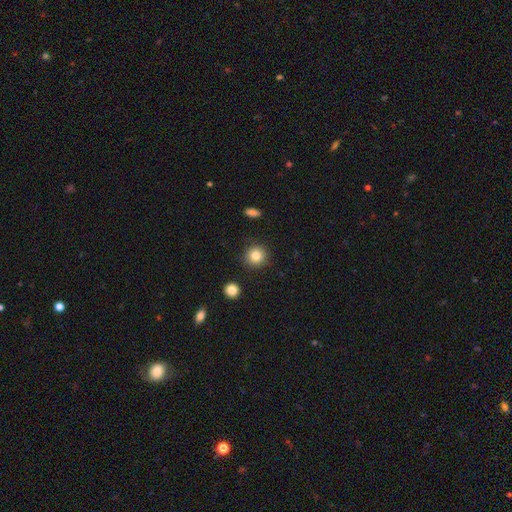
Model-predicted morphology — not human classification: Overall: smooth (83%). How rounded: round (93%). Merging: none (89%).